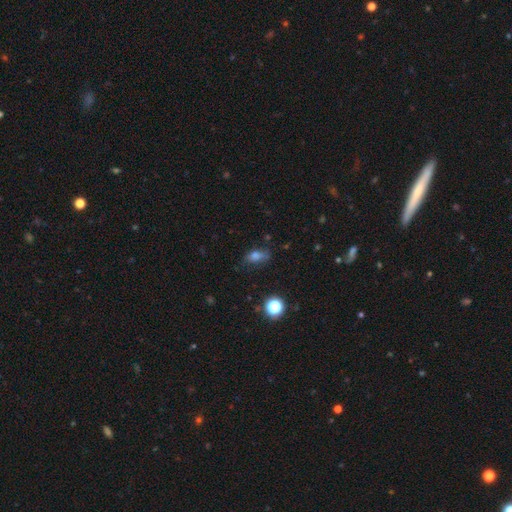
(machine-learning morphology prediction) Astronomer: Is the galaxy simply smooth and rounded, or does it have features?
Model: smooth — 69%.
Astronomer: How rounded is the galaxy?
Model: in between — 73%.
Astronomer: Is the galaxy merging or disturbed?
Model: none — 61%.